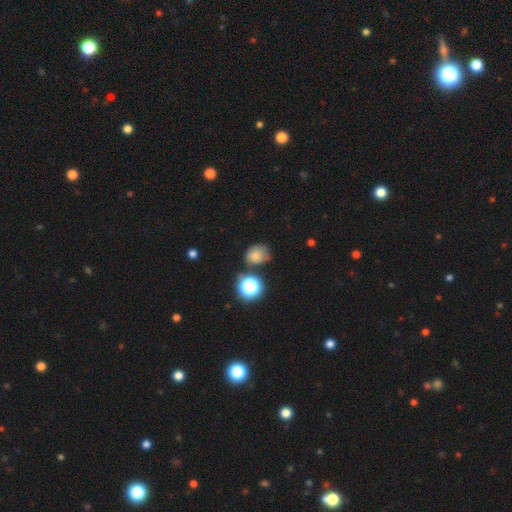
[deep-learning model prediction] Smooth or featured? Predicted: smooth (p=0.68). How rounded? Predicted: round (p=0.58). Merging? Predicted: none (p=0.56).